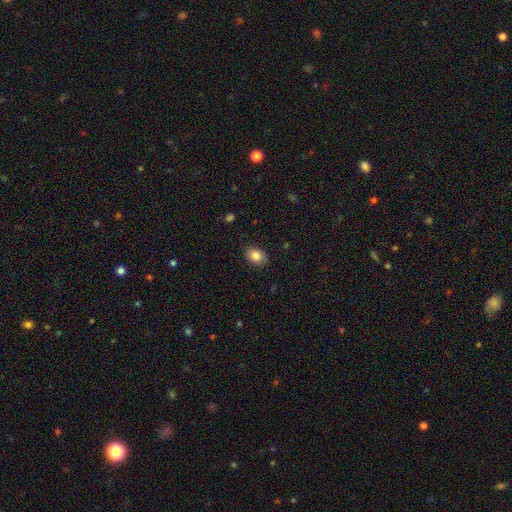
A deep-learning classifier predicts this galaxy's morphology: smooth-or-featured: smooth: 86% | star or artifact: 8% | featured or disk: 6%
  how-rounded: in between: 67% | round: 33% | cigar-shaped: 1%
  merging: none: 87% | minor disturbance: 10% | major disturbance: 2% | merger: 1%